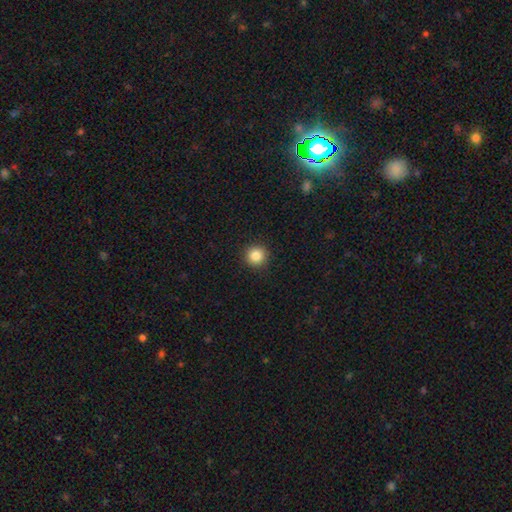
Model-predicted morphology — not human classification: Q: Smooth or featured?
A: smooth (85%); runner-up: star or artifact (10%)
Q: How rounded?
A: round (95%); runner-up: in between (4%)
Q: Merging?
A: none (92%); runner-up: minor disturbance (5%)